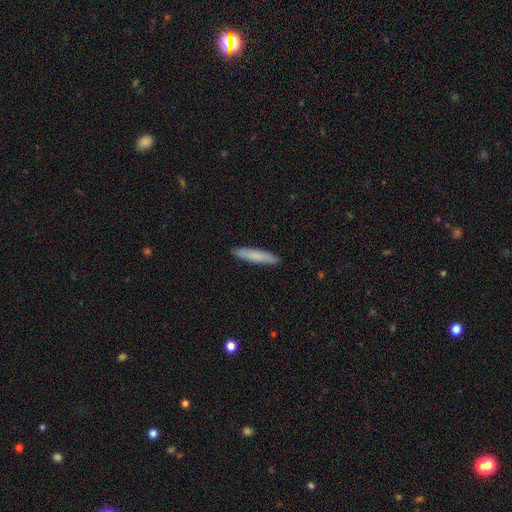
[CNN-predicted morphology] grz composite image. It shows a smooth galaxy with no disk features (80%) that is cigar-shaped (91%). Merging: none (91%).